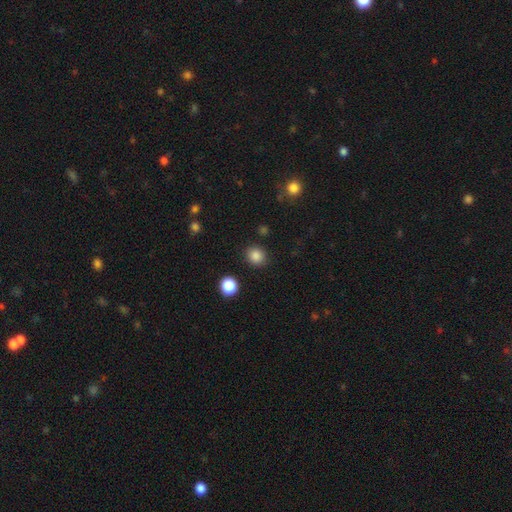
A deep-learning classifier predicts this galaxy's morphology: Smooth or featured? Predicted: smooth (p=0.86). How rounded? Predicted: round (p=0.83). Merging? Predicted: none (p=0.89).